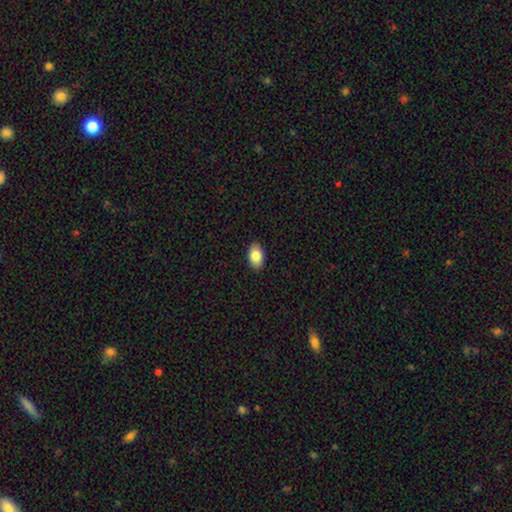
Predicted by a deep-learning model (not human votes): Smooth or featured: smooth — 84% (featured or disk — 10%)
How rounded: in between — 92% (round — 7%)
Merging: none — 90% (minor disturbance — 7%)